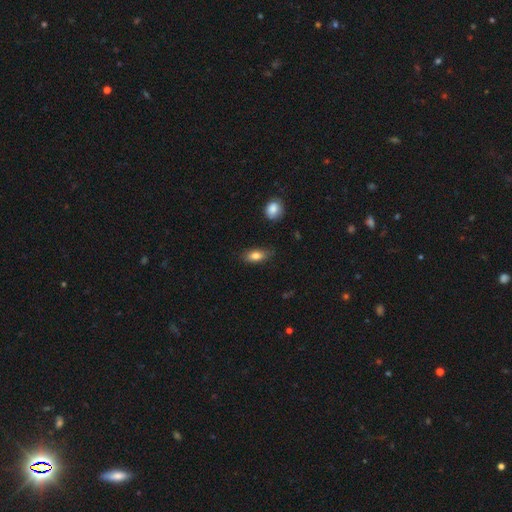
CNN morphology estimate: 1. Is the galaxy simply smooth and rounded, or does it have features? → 81% smooth, 11% featured or disk, 8% star or artifact.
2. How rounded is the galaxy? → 83% in between, 12% cigar-shaped, 5% round.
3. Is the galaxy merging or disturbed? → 77% none, 18% minor disturbance, 3% major disturbance, 2% merger.